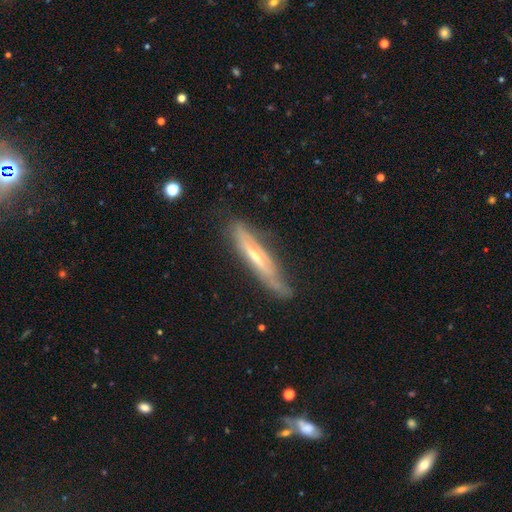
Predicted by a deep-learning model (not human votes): This appears to be a featured or disk galaxy (70%) viewed edge-on (78%) with a rounded central bulge (60%). Merging: none (66%).